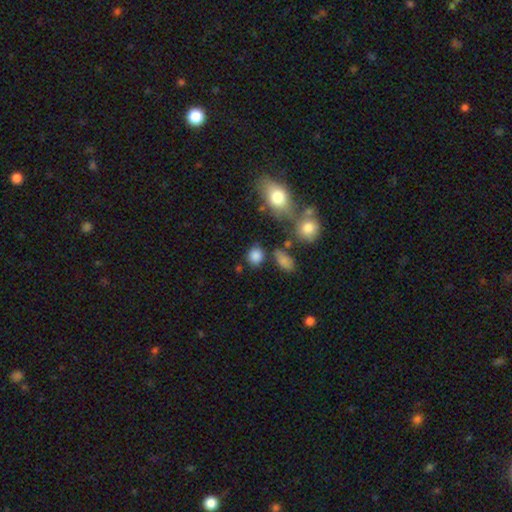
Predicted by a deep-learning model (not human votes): Smooth or featured? Predicted: smooth (p=0.83). How rounded? Predicted: round (p=0.69). Merging? Predicted: none (p=0.73).